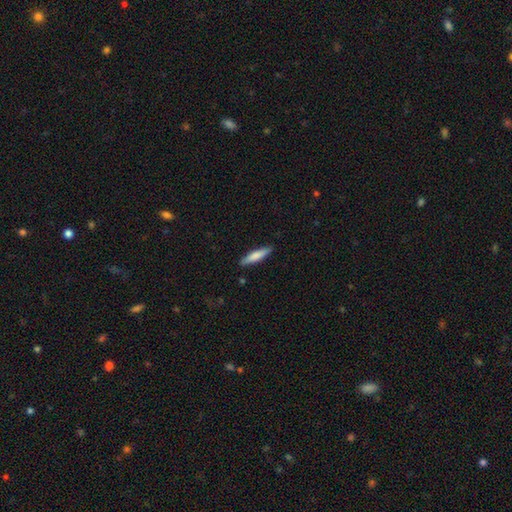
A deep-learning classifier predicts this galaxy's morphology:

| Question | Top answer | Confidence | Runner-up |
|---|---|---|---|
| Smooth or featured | smooth | 72% | featured or disk (23%) |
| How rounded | cigar-shaped | 85% | in between (14%) |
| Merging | none | 88% | minor disturbance (9%) |